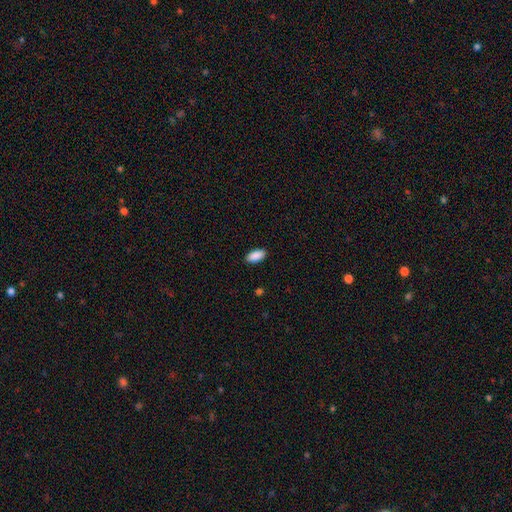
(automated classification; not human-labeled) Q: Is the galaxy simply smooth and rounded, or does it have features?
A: smooth — 91%.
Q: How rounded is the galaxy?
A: in between — 92%.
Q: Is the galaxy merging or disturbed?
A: none — 89%.